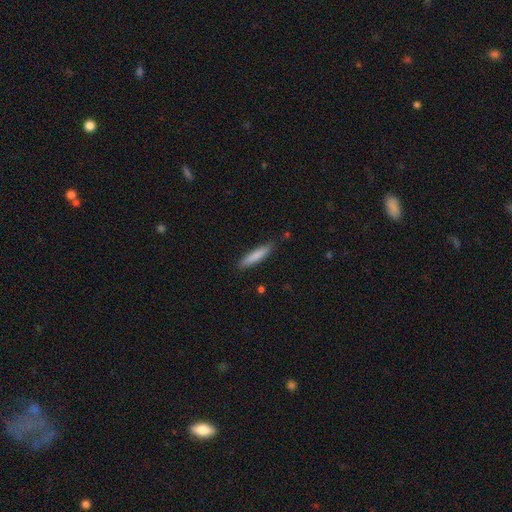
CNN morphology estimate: Q: Smooth or featured?
A: smooth (81%); runner-up: featured or disk (13%)
Q: How rounded?
A: cigar-shaped (88%); runner-up: in between (11%)
Q: Merging?
A: none (86%); runner-up: minor disturbance (11%)